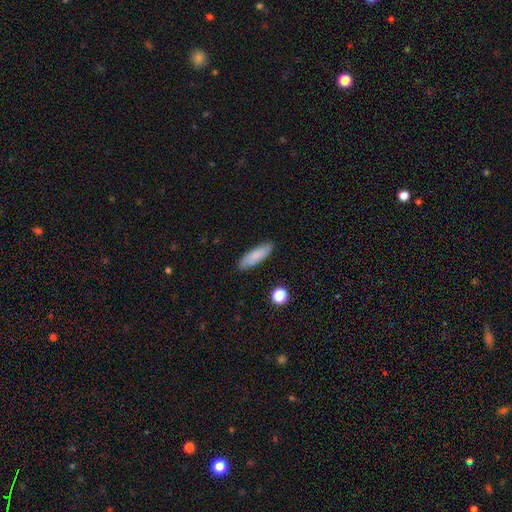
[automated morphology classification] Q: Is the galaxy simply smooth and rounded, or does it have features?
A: smooth — 81%.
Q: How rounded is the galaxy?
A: cigar-shaped — 50%.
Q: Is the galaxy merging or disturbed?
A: none — 86%.